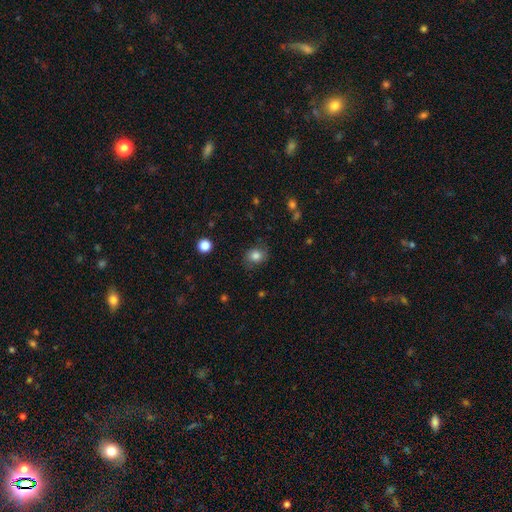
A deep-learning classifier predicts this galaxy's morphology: The model was most divided on "how rounded": round: 63%, in between: 36%, cigar-shaped: 1%. More confident: smooth or featured — smooth (82%); merging — none (78%).